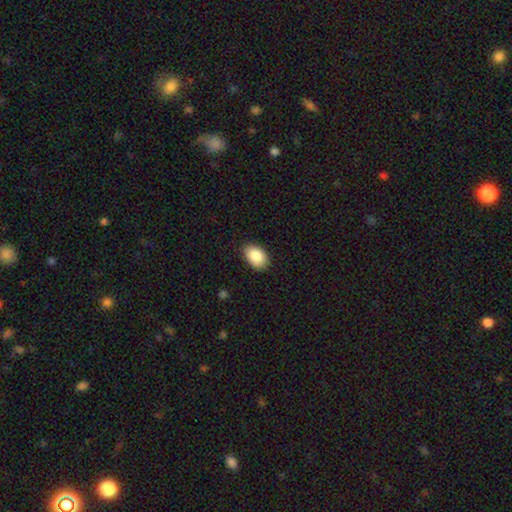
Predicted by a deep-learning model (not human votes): Smooth or featured? Predicted: smooth (p=0.87). How rounded? Predicted: in between (p=0.89). Merging? Predicted: none (p=0.84).